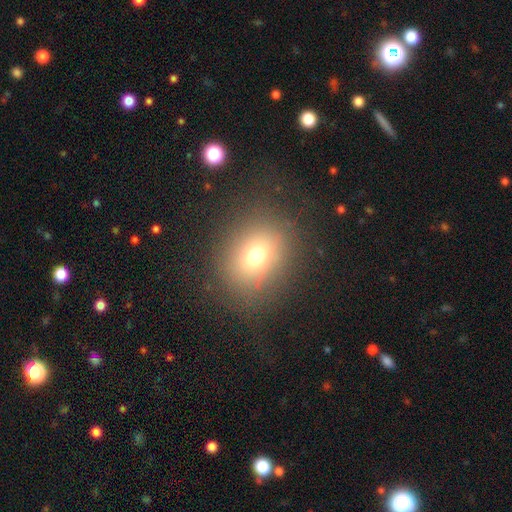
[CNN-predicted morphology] Overall: smooth (70%). How rounded: round (59%; in between 40%). Merging: none (79%).